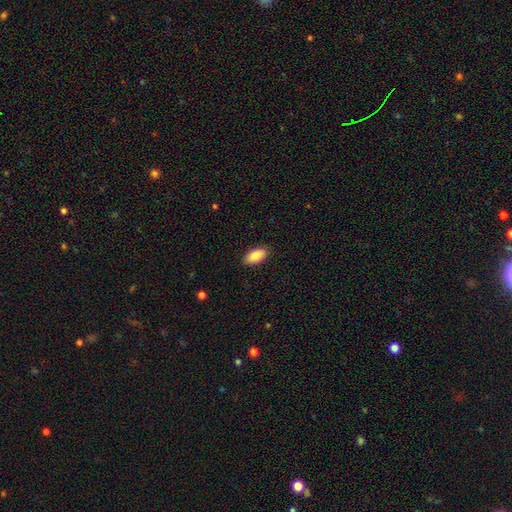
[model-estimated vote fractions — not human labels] A smooth galaxy with no disk features (89%) that is in between round and cigar-shaped (93%).

Vote fractions:
- Smooth or featured? smooth: 89% / star or artifact: 6% / featured or disk: 5%
- How rounded? in between: 93% / cigar-shaped: 5% / round: 2%
- Merging? none: 88% / minor disturbance: 9% / major disturbance: 2% / merger: 1%